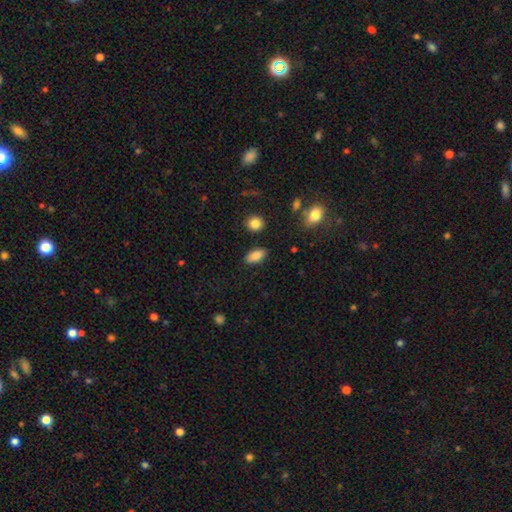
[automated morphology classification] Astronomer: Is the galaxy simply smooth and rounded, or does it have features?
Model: smooth — 83%.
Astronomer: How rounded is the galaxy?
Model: in between — 87%.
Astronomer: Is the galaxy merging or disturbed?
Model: none — 87%.